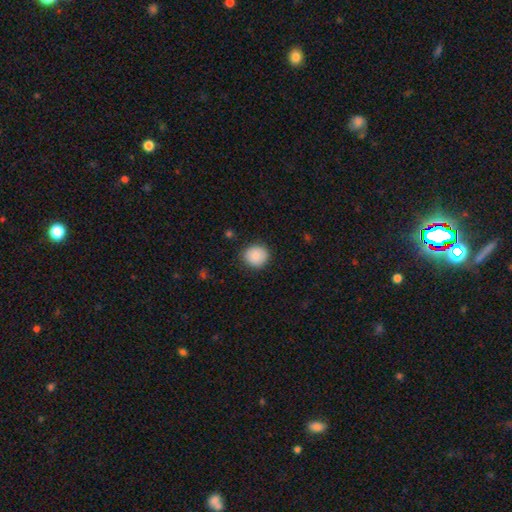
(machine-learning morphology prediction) A smooth galaxy with no disk features (88%) that is round (86%). Merging: none (87%).